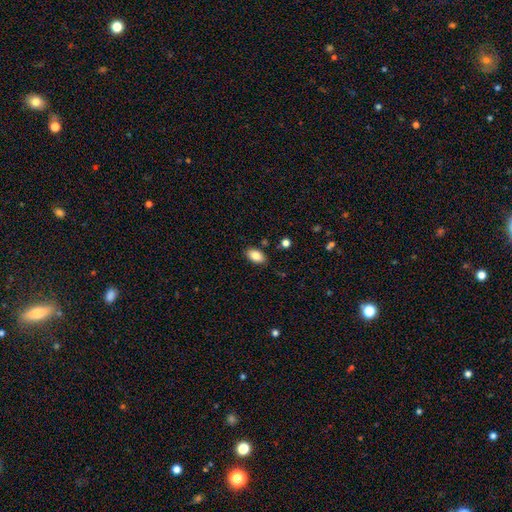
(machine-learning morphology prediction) Smooth or featured? Predicted: smooth (p=0.85). How rounded? Predicted: in between (p=0.93). Merging? Predicted: none (p=0.85).